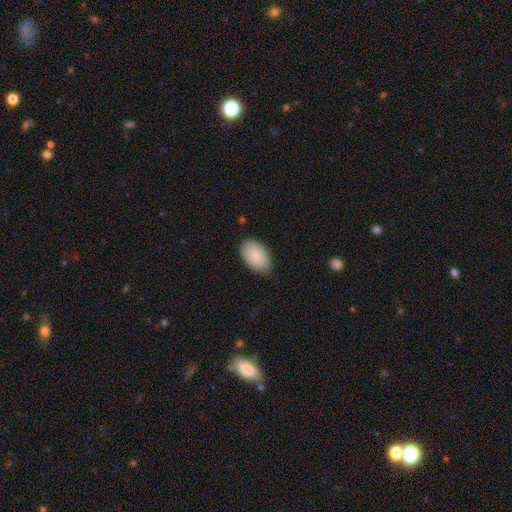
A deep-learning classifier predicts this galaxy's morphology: Smooth or featured?
  - smooth: 87% *
  - featured or disk: 7%
  - star or artifact: 6%
How rounded?
  - in between: 94% *
  - round: 5%
  - cigar-shaped: 1%
Merging?
  - none: 84% *
  - minor disturbance: 13%
  - major disturbance: 2%
  - merger: 1%